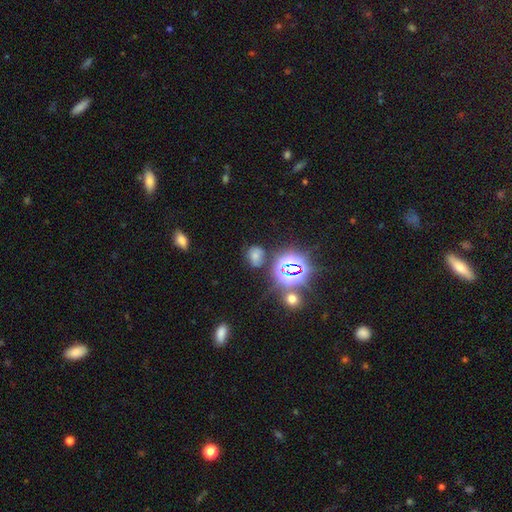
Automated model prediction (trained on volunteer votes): Smooth or featured: smooth — 52% (star or artifact — 35%)
How rounded: round — 50% (in between — 48%)
Merging: none — 66% (minor disturbance — 19%)